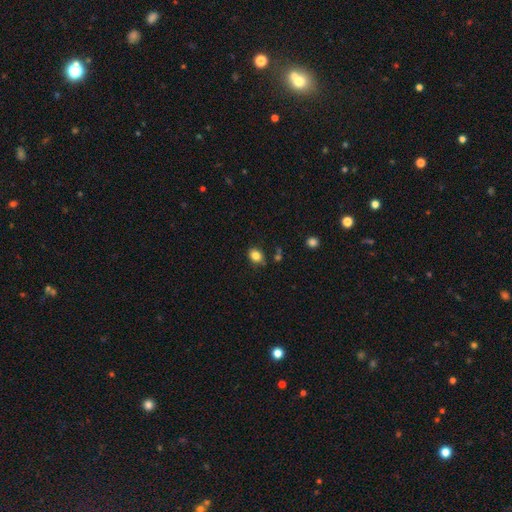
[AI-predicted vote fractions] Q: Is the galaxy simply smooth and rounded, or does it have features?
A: smooth — 84%.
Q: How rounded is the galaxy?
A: in between — 53%.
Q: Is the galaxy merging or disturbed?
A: none — 80%.